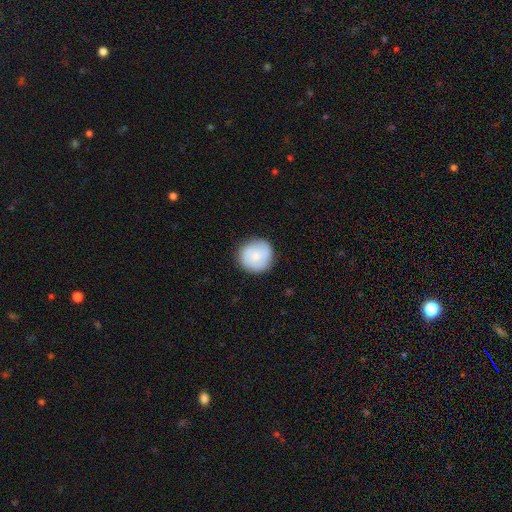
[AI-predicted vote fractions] Smooth or featured? Predicted: smooth (p=0.79). How rounded? Predicted: round (p=0.93). Merging? Predicted: none (p=0.86).